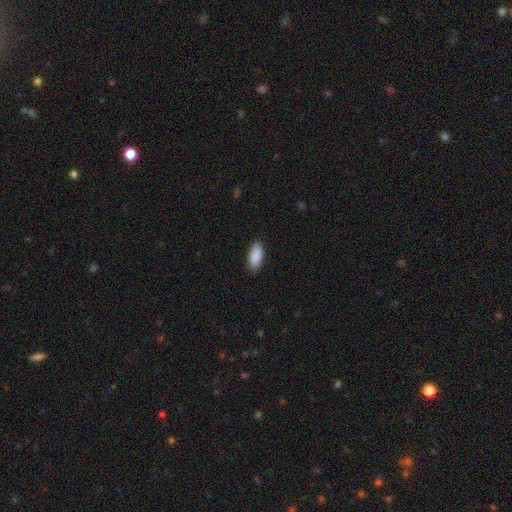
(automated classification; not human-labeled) Smooth or featured? smooth (91%)
How rounded? in between (86%)
Merging? none (88%)